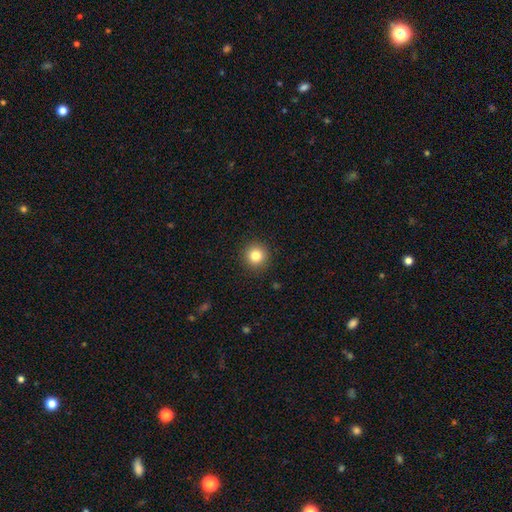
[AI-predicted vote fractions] Smooth or featured?
  - smooth: 83% *
  - star or artifact: 11%
  - featured or disk: 6%
How rounded?
  - round: 95% *
  - in between: 4%
  - cigar-shaped: 1%
Merging?
  - none: 92% *
  - minor disturbance: 5%
  - major disturbance: 2%
  - merger: 1%